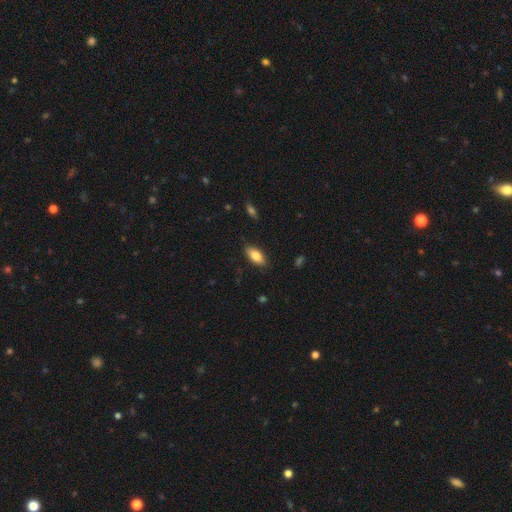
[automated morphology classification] A smooth galaxy with no disk features (81%) that is in between round and cigar-shaped (86%).

Vote fractions:
- Smooth or featured? smooth: 81% / featured or disk: 12% / star or artifact: 7%
- How rounded? in between: 86% / cigar-shaped: 12% / round: 2%
- Merging? none: 86% / minor disturbance: 10% / major disturbance: 2% / merger: 1%